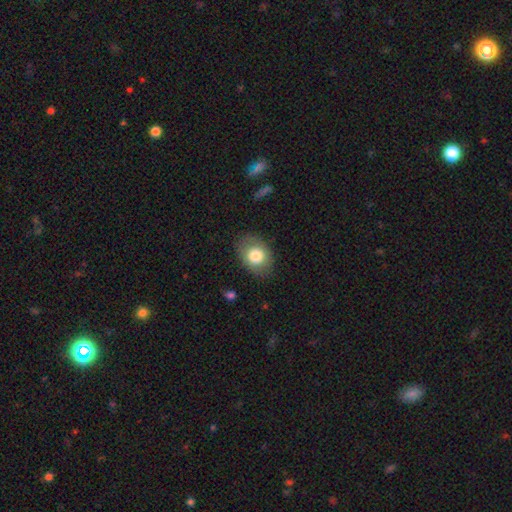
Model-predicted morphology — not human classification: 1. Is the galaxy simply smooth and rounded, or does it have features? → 78% smooth, 14% featured or disk, 8% star or artifact.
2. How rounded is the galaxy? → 66% in between, 33% round, 1% cigar-shaped.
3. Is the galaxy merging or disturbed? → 81% none, 13% minor disturbance, 4% major disturbance, 1% merger.